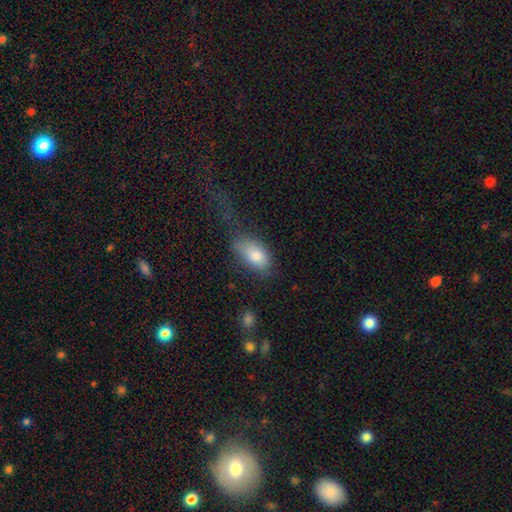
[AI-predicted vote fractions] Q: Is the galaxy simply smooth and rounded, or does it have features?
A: smooth — 79%.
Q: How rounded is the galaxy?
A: in between — 91%.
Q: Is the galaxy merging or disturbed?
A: none — 36%.